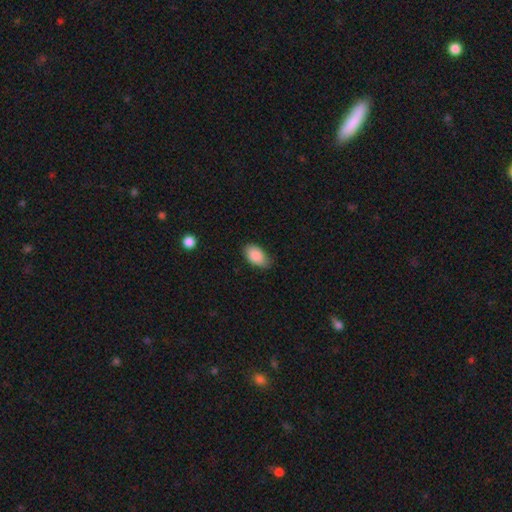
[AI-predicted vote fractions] Smooth or featured?
  - smooth: 89% *
  - star or artifact: 7%
  - featured or disk: 5%
How rounded?
  - in between: 92% *
  - round: 6%
  - cigar-shaped: 2%
Merging?
  - none: 71% *
  - minor disturbance: 24%
  - major disturbance: 4%
  - merger: 1%